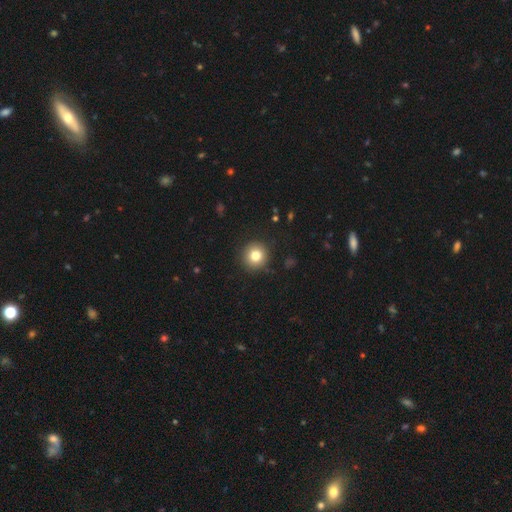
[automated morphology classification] This is clearly a smooth galaxy (81%). How rounded: clearly round (94%). Merging: clearly none (91%).